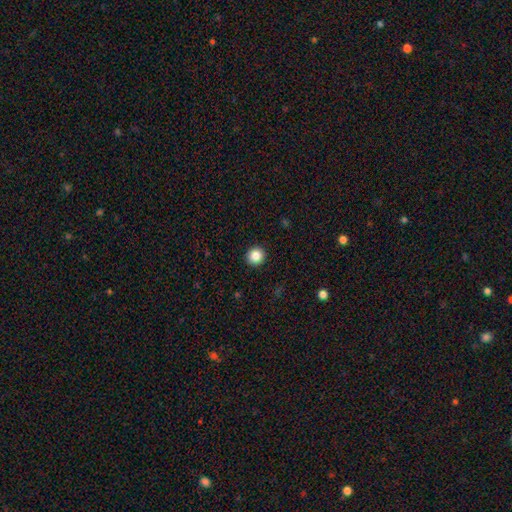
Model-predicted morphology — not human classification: type=smooth (86%); roundness=round (94%); merging=none (93%).